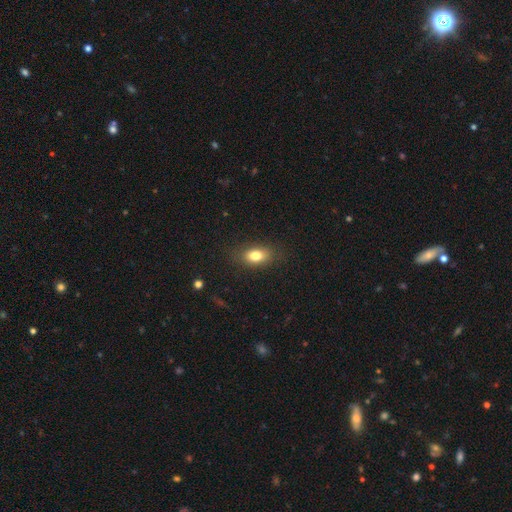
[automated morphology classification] This is likely a smooth galaxy (79%). How rounded: clearly in between (83%). Merging: clearly none (82%).